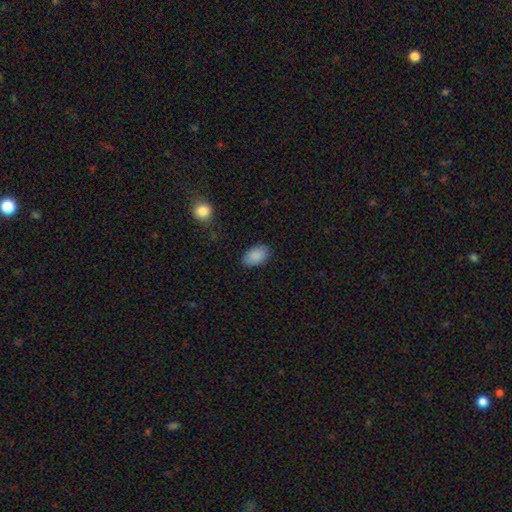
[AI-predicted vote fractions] Q: Smooth or featured?
A: smooth (88%); runner-up: star or artifact (7%)
Q: How rounded?
A: in between (93%); runner-up: round (6%)
Q: Merging?
A: none (85%); runner-up: minor disturbance (11%)